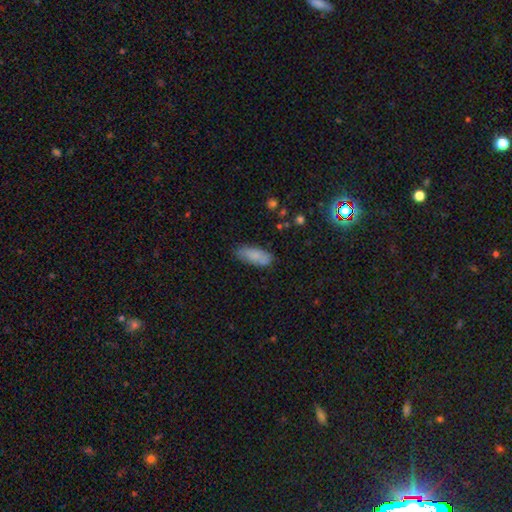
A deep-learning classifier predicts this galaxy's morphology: A smooth galaxy with no disk features (79%) that is in between round and cigar-shaped (78%). Merging: none (74%).